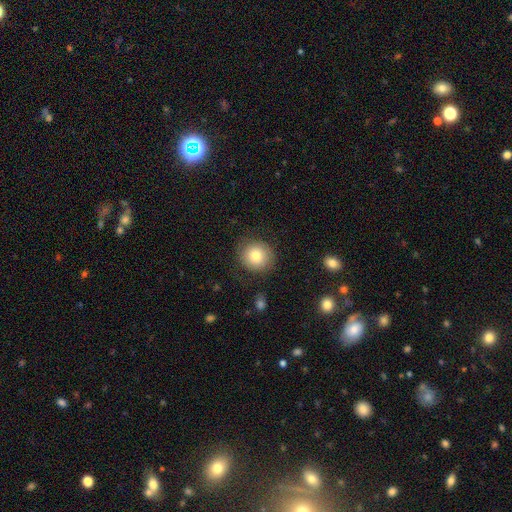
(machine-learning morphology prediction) type=smooth (77%); roundness=round (90%); merging=none (82%).